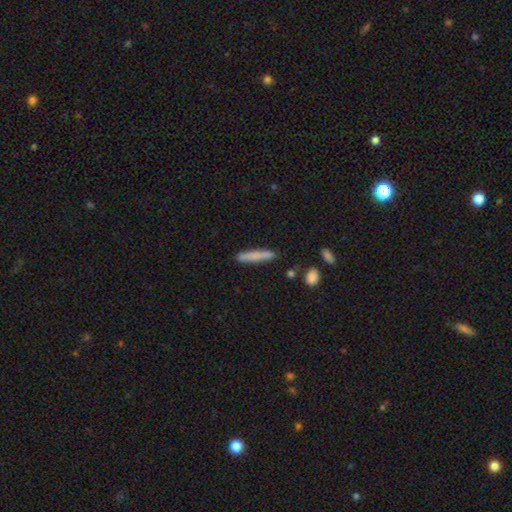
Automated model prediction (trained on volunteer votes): This is likely a smooth galaxy (77%). How rounded: clearly cigar-shaped (94%). Merging: clearly none (85%).